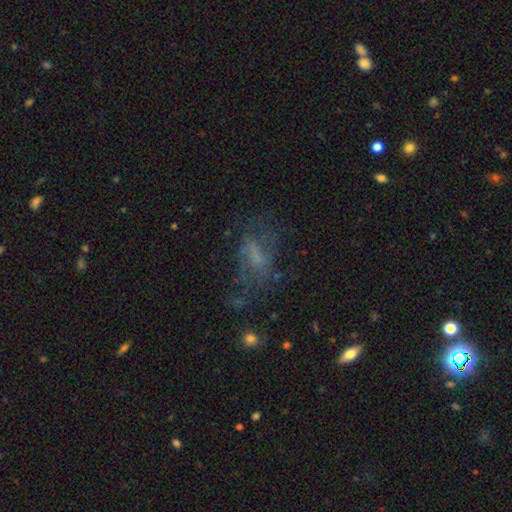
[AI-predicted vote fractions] featured or disk 47%, smooth 35%, star or artifact 18%. Down the decision tree: merging — none (46%).